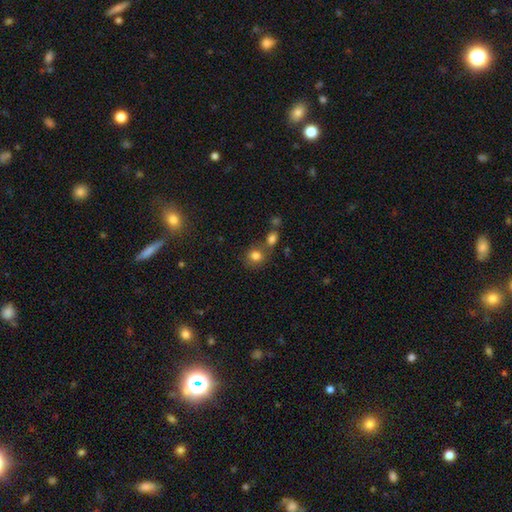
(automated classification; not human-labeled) The model was most divided on "merging": none: 61%, merger: 23%, minor disturbance: 12%, major disturbance: 4%. More confident: smooth or featured — smooth (80%); how rounded — round (73%).